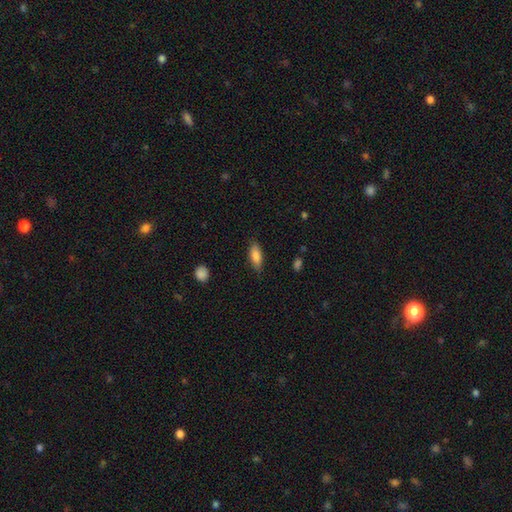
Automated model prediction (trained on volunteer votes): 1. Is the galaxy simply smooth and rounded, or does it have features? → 83% smooth, 10% featured or disk, 7% star or artifact.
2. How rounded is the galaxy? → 76% in between, 21% cigar-shaped, 2% round.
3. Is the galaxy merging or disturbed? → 83% none, 13% minor disturbance, 3% major disturbance, 1% merger.